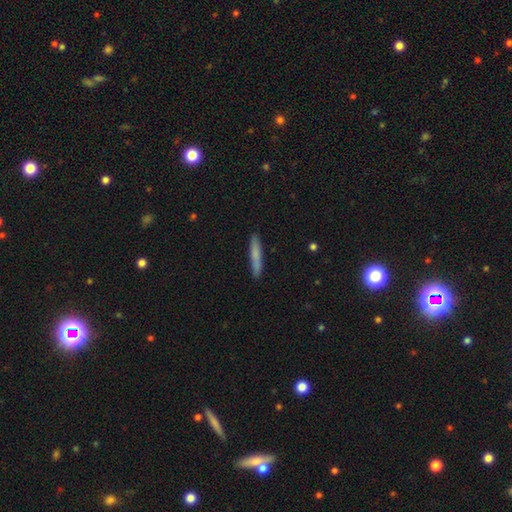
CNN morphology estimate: smooth_or_featured: smooth (p=0.75) [alt: featured or disk p=0.19]
how_rounded: cigar-shaped (p=0.94) [alt: in between p=0.05]
merging: none (p=0.89) [alt: minor disturbance p=0.09]